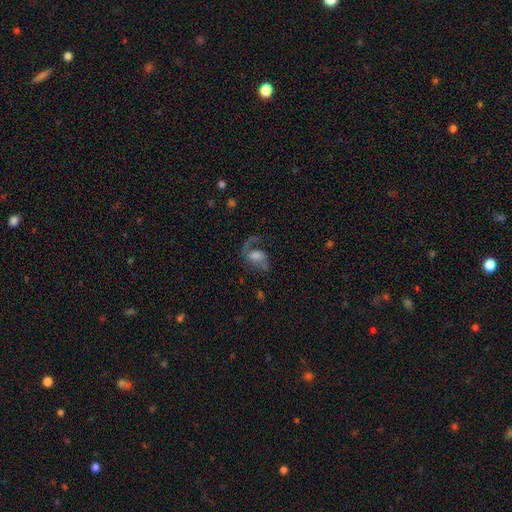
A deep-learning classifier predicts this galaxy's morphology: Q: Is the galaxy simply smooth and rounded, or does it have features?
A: featured or disk — 72%.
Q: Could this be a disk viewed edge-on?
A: no — 97%.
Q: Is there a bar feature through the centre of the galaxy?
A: no — 44%.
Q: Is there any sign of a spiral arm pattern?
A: yes — 91%.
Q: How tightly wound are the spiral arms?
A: loose — 52%.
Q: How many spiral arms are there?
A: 2 — 51%.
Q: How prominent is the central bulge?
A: moderate — 37%.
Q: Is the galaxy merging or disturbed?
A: none — 48%.